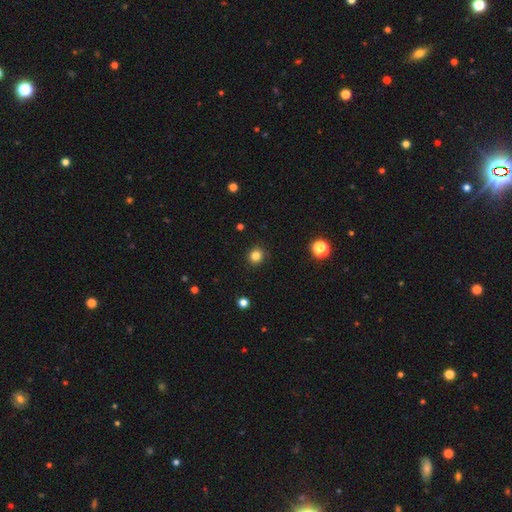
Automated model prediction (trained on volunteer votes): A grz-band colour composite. It shows a smooth galaxy with no disk features (83%) that is round (90%). Merging: none (91%).